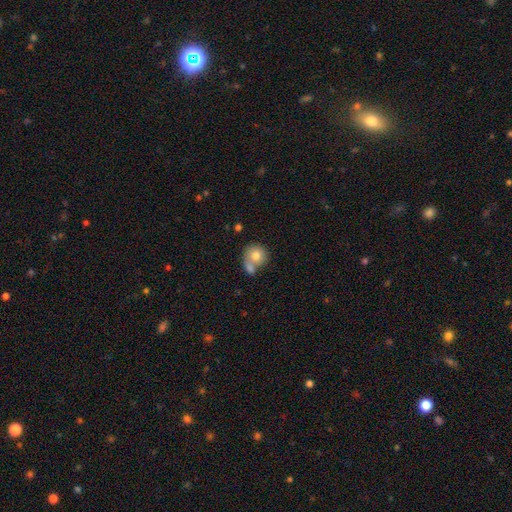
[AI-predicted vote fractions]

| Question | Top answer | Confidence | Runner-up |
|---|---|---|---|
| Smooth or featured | smooth | 76% | featured or disk (16%) |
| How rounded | round | 84% | in between (15%) |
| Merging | merger | 47% | none (35%) |